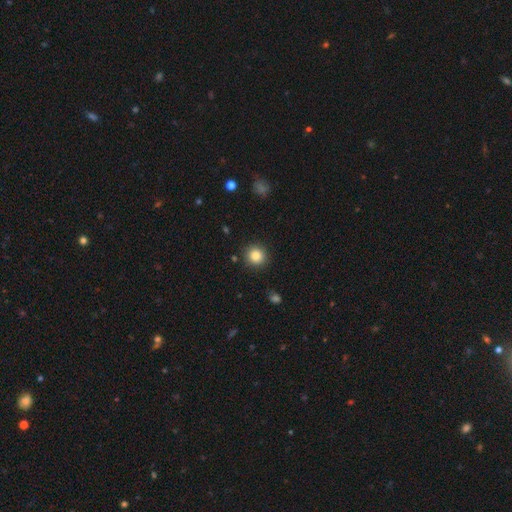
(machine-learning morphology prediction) Smooth or featured?
  - smooth: 84% *
  - star or artifact: 10%
  - featured or disk: 6%
How rounded?
  - round: 92% *
  - in between: 7%
  - cigar-shaped: 1%
Merging?
  - none: 89% *
  - minor disturbance: 7%
  - major disturbance: 2%
  - merger: 2%